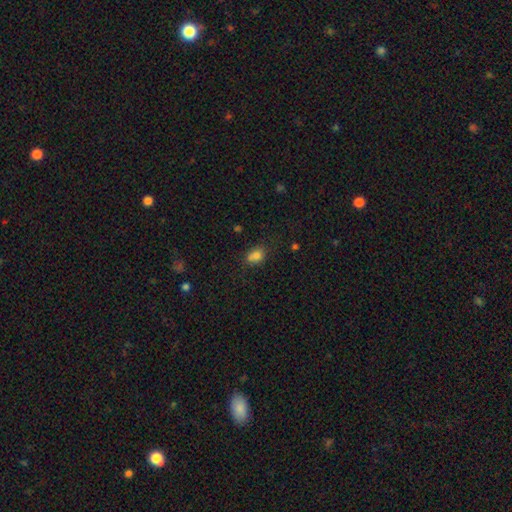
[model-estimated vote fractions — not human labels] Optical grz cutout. It shows a smooth galaxy with no disk features (79%) that is in between round and cigar-shaped (67%). Merging: none (61%).